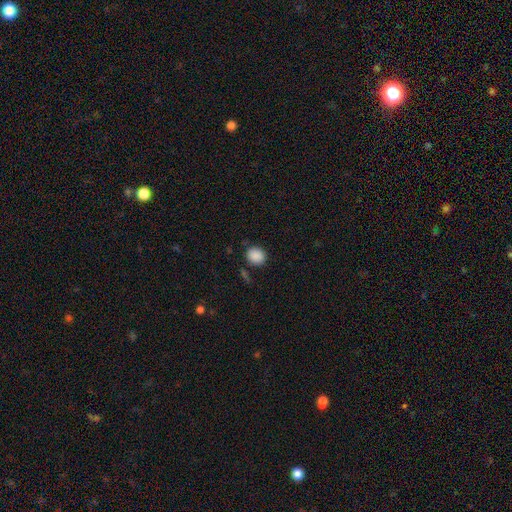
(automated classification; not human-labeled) This appears to be a smooth galaxy with no disk features (88%) that is round (65%). Merging: none (82%).